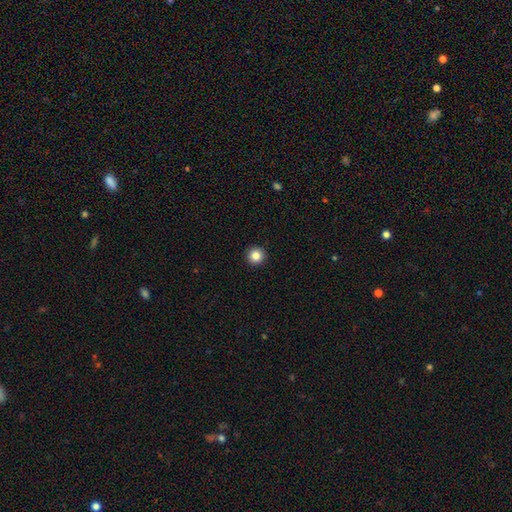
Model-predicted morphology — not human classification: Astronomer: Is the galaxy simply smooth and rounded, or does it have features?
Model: smooth — 85%.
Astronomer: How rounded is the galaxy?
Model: round — 96%.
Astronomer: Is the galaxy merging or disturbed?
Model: none — 94%.